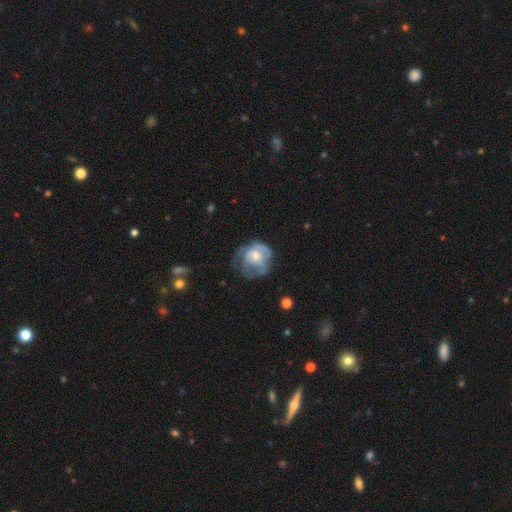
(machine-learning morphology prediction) This is possibly a featured or disk galaxy (52%). It is clearly not viewed edge-on (97%). Bar: likely no (78%). Spiral arm pattern: possibly no (53%). Central bulge: possibly moderate (50%). Merging: marginally none (37%).